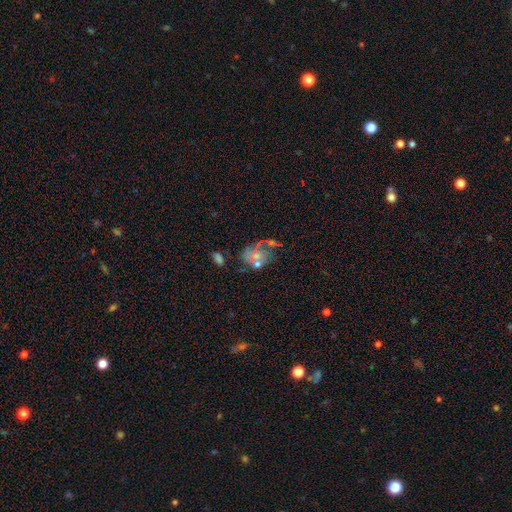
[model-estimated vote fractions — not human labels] A smooth galaxy with no disk features (39%).

Vote fractions:
- Smooth or featured? smooth: 39% / featured or disk: 38% / star or artifact: 24%
- Merging? none: 37% / major disturbance: 24% / minor disturbance: 20% / merger: 19%